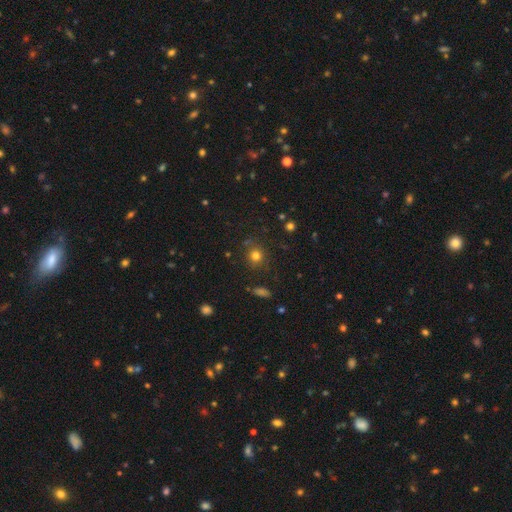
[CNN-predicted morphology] This is likely a smooth galaxy (76%). How rounded: clearly round (87%). Merging: clearly none (81%).